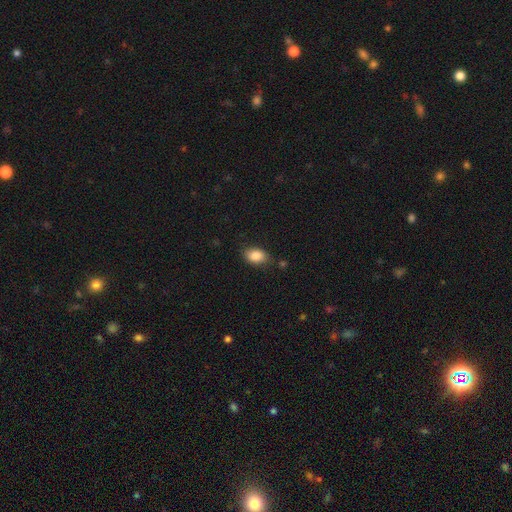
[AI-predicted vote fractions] smooth-or-featured: smooth: 86% | star or artifact: 8% | featured or disk: 6%
  how-rounded: in between: 84% | round: 14% | cigar-shaped: 2%
  merging: none: 77% | minor disturbance: 16% | major disturbance: 4% | merger: 3%